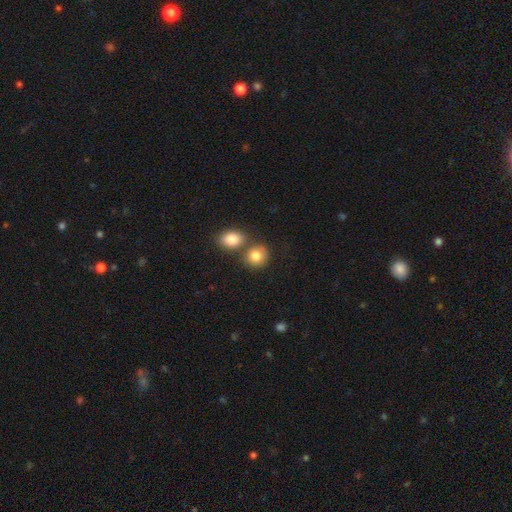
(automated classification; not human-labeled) Q: Smooth or featured?
A: smooth (83%); runner-up: featured or disk (9%)
Q: How rounded?
A: round (71%); runner-up: in between (28%)
Q: Merging?
A: none (52%); runner-up: merger (34%)